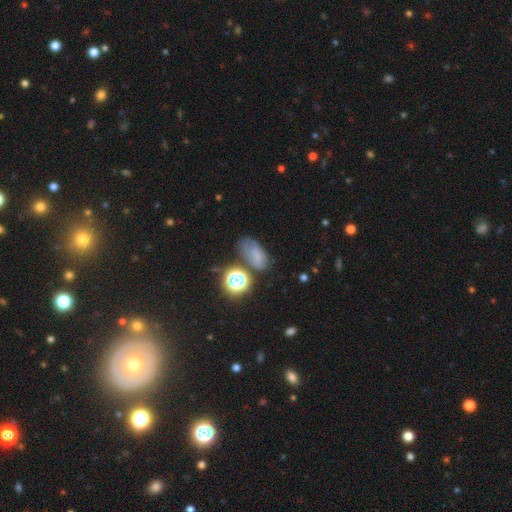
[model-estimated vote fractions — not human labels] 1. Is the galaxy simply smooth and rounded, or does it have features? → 52% smooth, 24% star or artifact, 23% featured or disk.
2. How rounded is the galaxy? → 82% in between, 15% round, 3% cigar-shaped.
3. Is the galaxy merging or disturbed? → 52% none, 26% minor disturbance, 13% major disturbance, 9% merger.